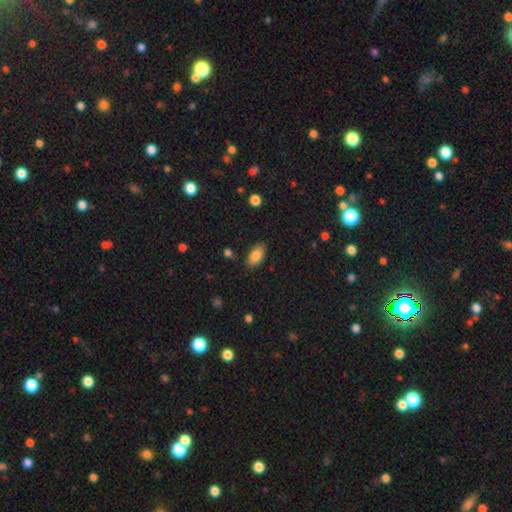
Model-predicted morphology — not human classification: Smooth or featured? smooth (84%)
How rounded? in between (92%)
Merging? none (82%)